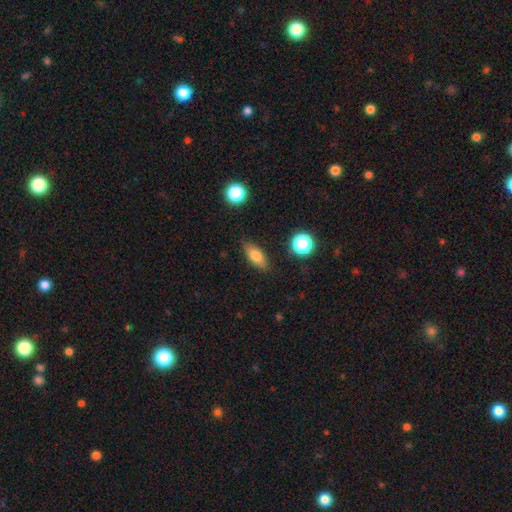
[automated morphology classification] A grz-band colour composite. It shows a smooth galaxy with no disk features (76%) that is in between round and cigar-shaped (74%). Merging: none (84%).